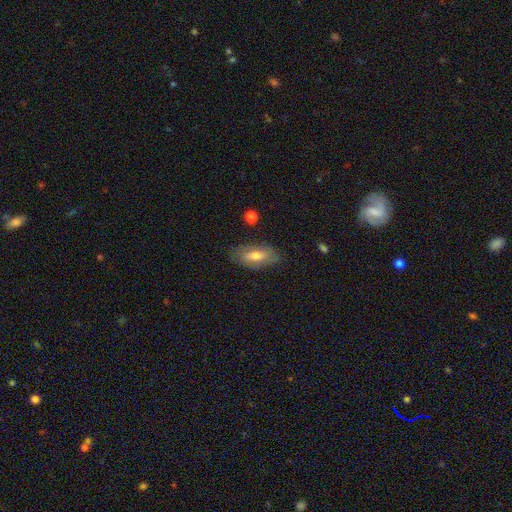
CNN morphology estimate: smooth-or-featured: smooth: 56% | featured or disk: 37% | star or artifact: 7%
  how-rounded: in between: 83% | cigar-shaped: 14% | round: 4%
  merging: none: 78% | minor disturbance: 16% | major disturbance: 4% | merger: 2%